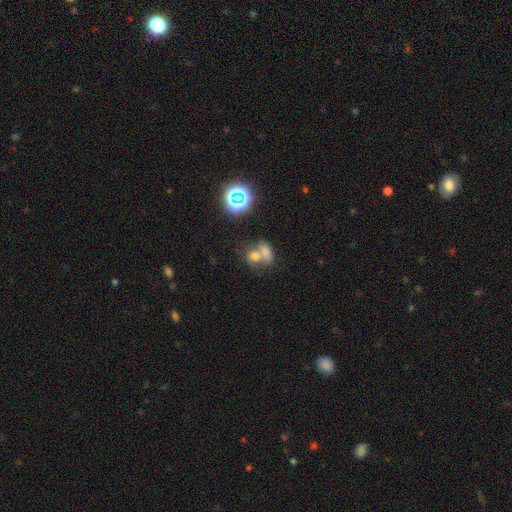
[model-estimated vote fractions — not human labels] This appears to be a smooth galaxy with no disk features (64%) that is in between round and cigar-shaped (50%). Merging: merger (61%).